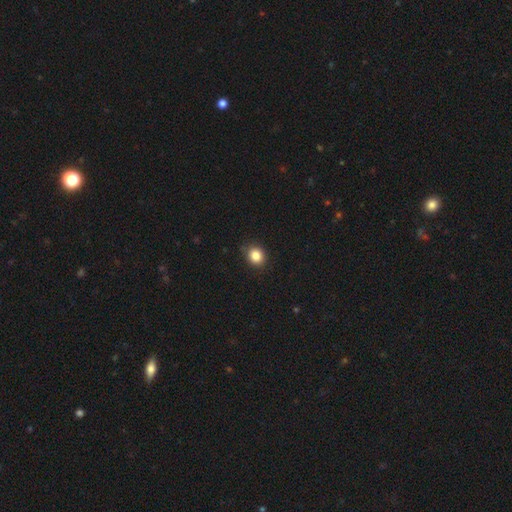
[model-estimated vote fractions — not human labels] Q: Smooth or featured?
A: smooth (85%); runner-up: star or artifact (11%)
Q: How rounded?
A: round (76%); runner-up: in between (23%)
Q: Merging?
A: none (85%); runner-up: minor disturbance (11%)